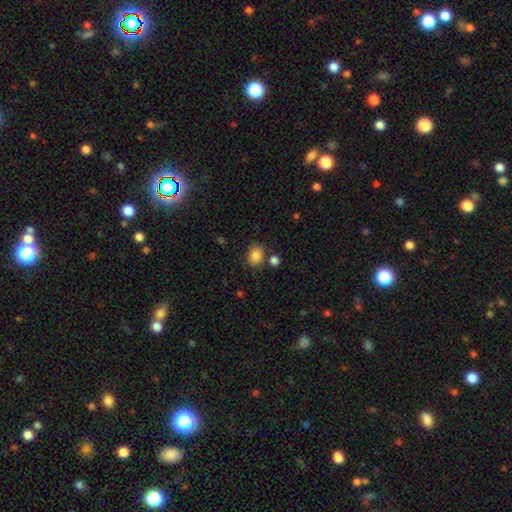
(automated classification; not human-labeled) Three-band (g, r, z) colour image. It shows a smooth galaxy with no disk features (85%) that is in between round and cigar-shaped (50%). Merging: none (71%).